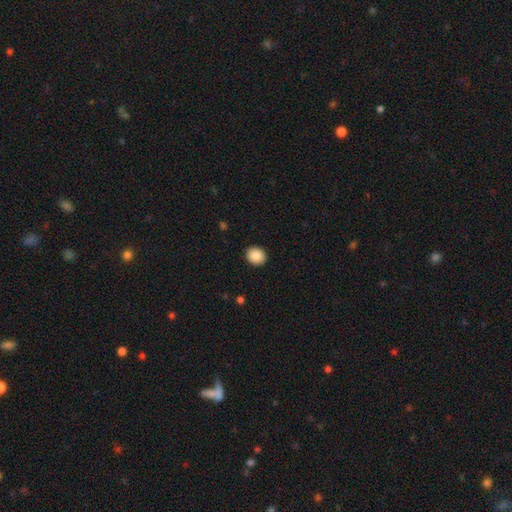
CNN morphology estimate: Smooth or featured?
  - smooth: 88% *
  - star or artifact: 8%
  - featured or disk: 5%
How rounded?
  - round: 72% *
  - in between: 27%
  - cigar-shaped: 1%
Merging?
  - none: 92% *
  - minor disturbance: 6%
  - major disturbance: 2%
  - merger: 1%